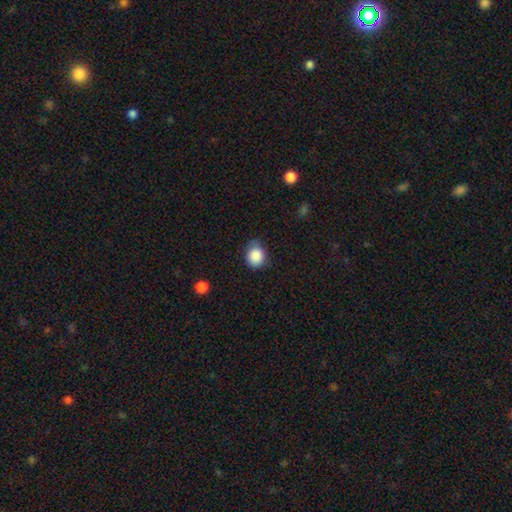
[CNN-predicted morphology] This is clearly a smooth galaxy (87%). How rounded: likely round (68%). Merging: likely none (67%).